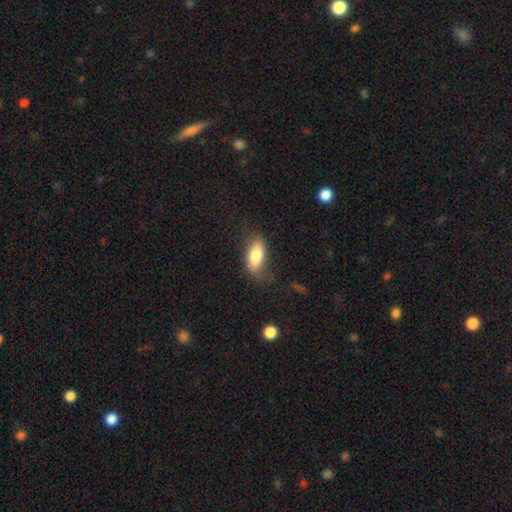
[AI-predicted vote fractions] Smooth or featured? smooth (75%)
How rounded? in between (85%)
Merging? none (56%)